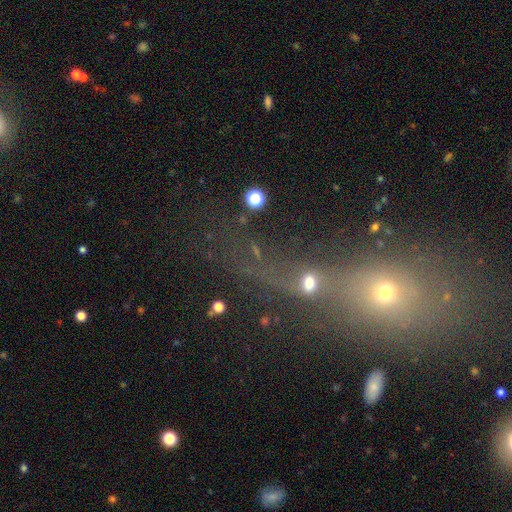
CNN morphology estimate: smooth-or-featured: star or artifact: 40% | smooth: 38% | featured or disk: 22%